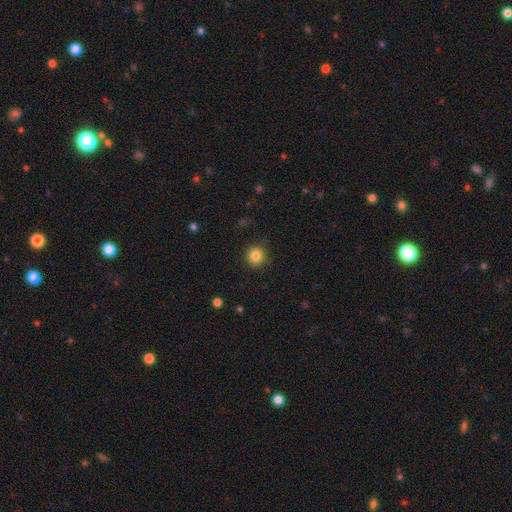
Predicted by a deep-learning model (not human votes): Q: Smooth or featured?
A: smooth (85%); runner-up: star or artifact (11%)
Q: How rounded?
A: round (92%); runner-up: in between (7%)
Q: Merging?
A: none (89%); runner-up: minor disturbance (8%)